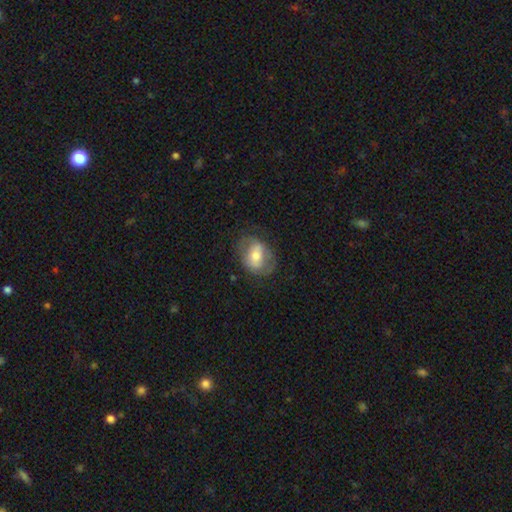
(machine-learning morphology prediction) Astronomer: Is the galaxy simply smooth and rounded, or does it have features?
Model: smooth — 54% (runner-up: featured or disk, 39%).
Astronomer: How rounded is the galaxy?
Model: in between — 70%.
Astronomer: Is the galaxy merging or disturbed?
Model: none — 68%.